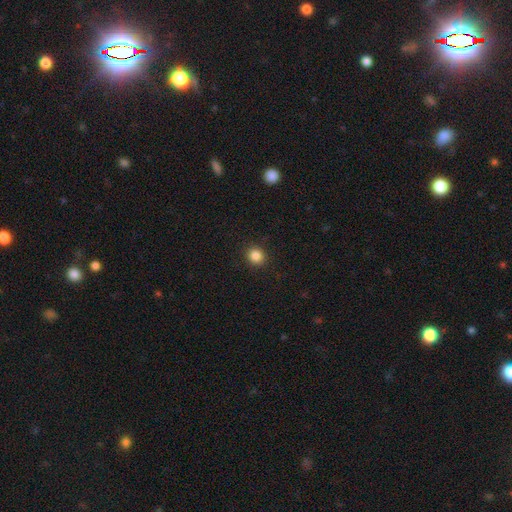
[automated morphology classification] type=smooth (85%); roundness=round (86%); merging=none (91%).